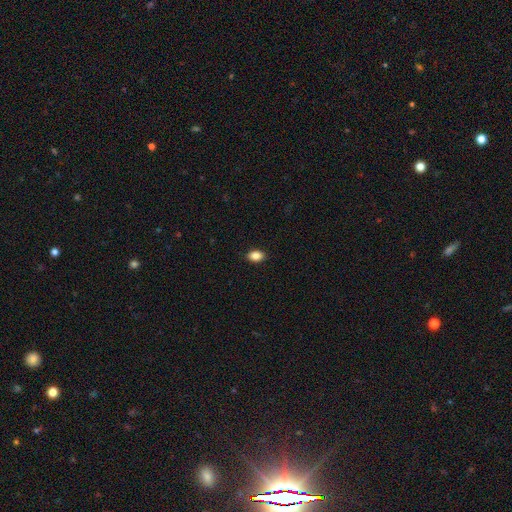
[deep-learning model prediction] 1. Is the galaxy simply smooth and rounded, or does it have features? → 87% smooth, 9% star or artifact, 4% featured or disk.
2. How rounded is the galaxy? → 84% in between, 14% round, 1% cigar-shaped.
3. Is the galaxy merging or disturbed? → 90% none, 8% minor disturbance, 2% major disturbance, 1% merger.